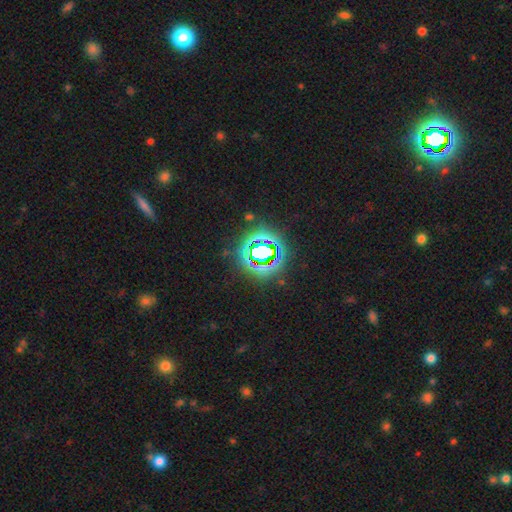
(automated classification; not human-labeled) This is likely a star or artifact rather than a galaxy (75%).